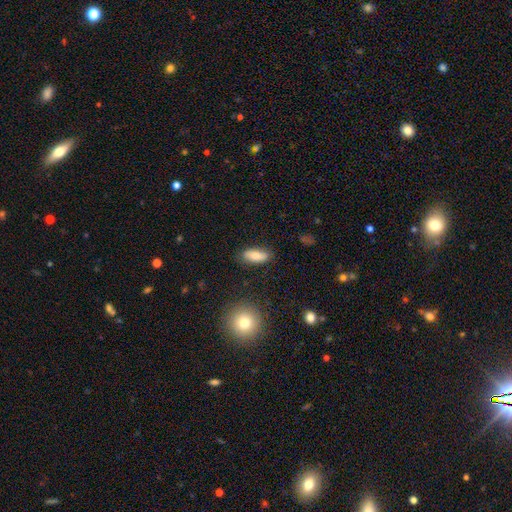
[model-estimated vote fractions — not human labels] Smooth or featured? Predicted: smooth (p=0.78). How rounded? Predicted: in between (p=0.81). Merging? Predicted: none (p=0.83).